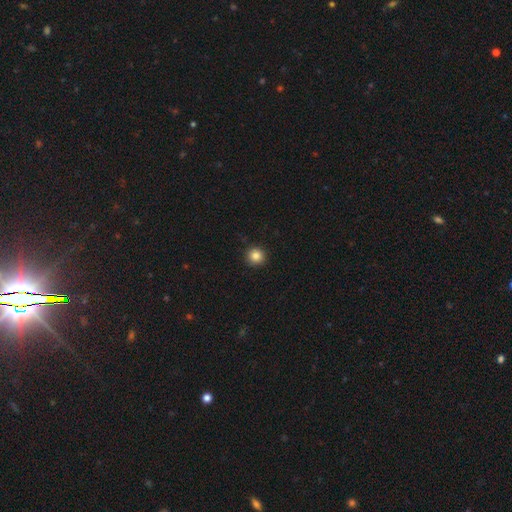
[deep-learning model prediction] Smooth or featured?
  - smooth: 84% *
  - star or artifact: 11%
  - featured or disk: 5%
How rounded?
  - round: 94% *
  - in between: 5%
  - cigar-shaped: 1%
Merging?
  - none: 93% *
  - minor disturbance: 5%
  - major disturbance: 2%
  - merger: 1%